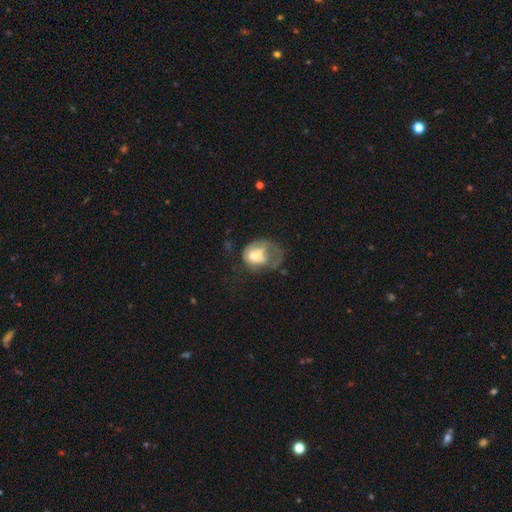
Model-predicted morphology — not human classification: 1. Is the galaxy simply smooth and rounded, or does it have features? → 50% smooth, 41% featured or disk, 9% star or artifact.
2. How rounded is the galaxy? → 61% in between, 37% round, 1% cigar-shaped.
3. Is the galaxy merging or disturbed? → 54% major disturbance, 22% minor disturbance, 19% none, 5% merger.